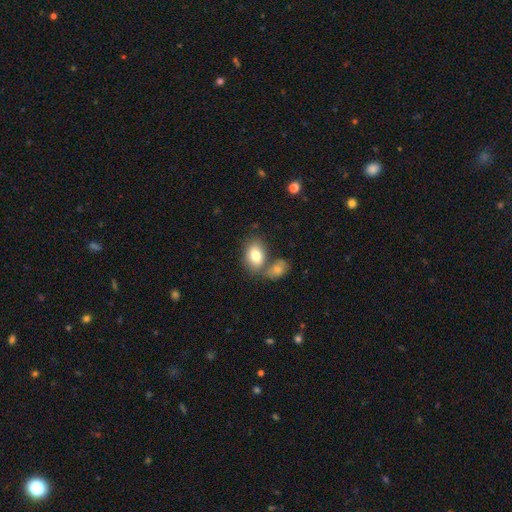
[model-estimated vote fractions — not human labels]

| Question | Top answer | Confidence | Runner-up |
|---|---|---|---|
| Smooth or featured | smooth | 79% | featured or disk (13%) |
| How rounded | in between | 84% | round (15%) |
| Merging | none | 49% | merger (36%) |